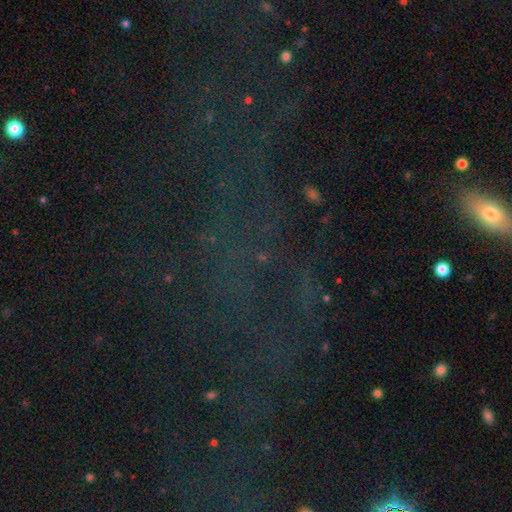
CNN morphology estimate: star or artifact 55%, smooth 23%, featured or disk 22%.